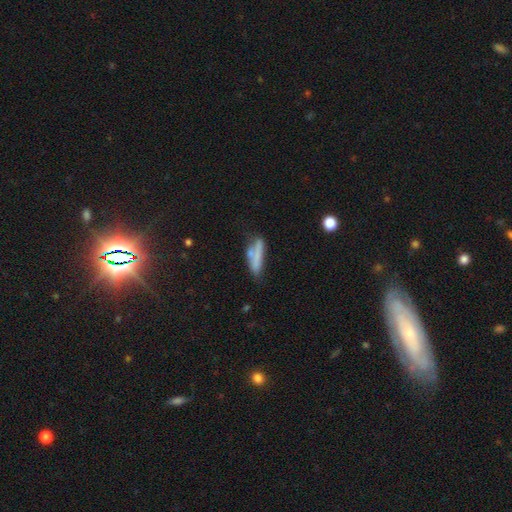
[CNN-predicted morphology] smooth_or_featured: smooth (p=0.68) [alt: featured or disk p=0.23]
how_rounded: cigar-shaped (p=0.69) [alt: in between p=0.29]
merging: none (p=0.48) [alt: minor disturbance p=0.24]